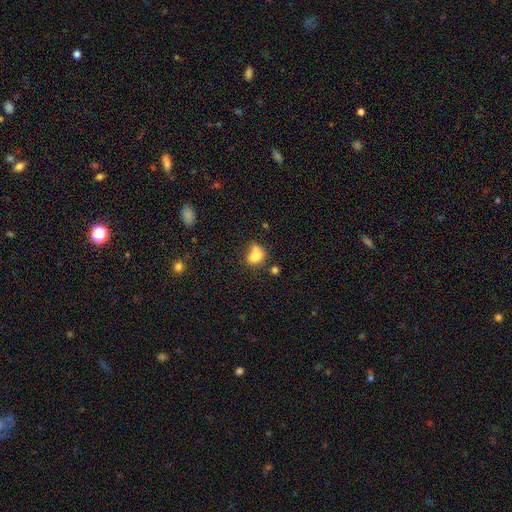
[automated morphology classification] Smooth or featured: smooth — 77% (featured or disk — 12%)
How rounded: in between — 50% (round — 49%)
Merging: merger — 41% (none — 34%)